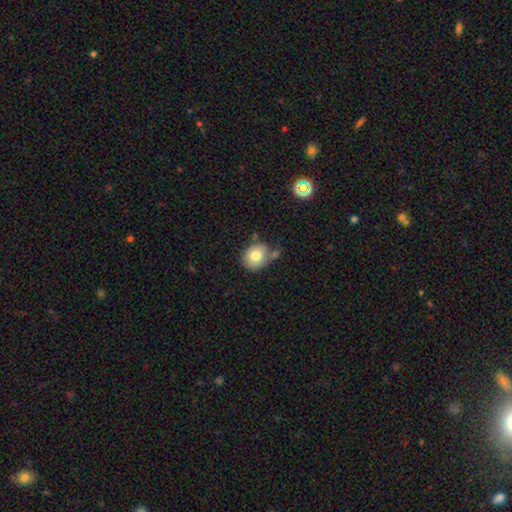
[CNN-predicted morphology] A smooth galaxy with no disk features (79%) that is round (57%).

Vote fractions:
- Smooth or featured? smooth: 79% / featured or disk: 13% / star or artifact: 9%
- How rounded? round: 57% / in between: 42% / cigar-shaped: 1%
- Merging? none: 54% / minor disturbance: 23% / merger: 15% / major disturbance: 7%